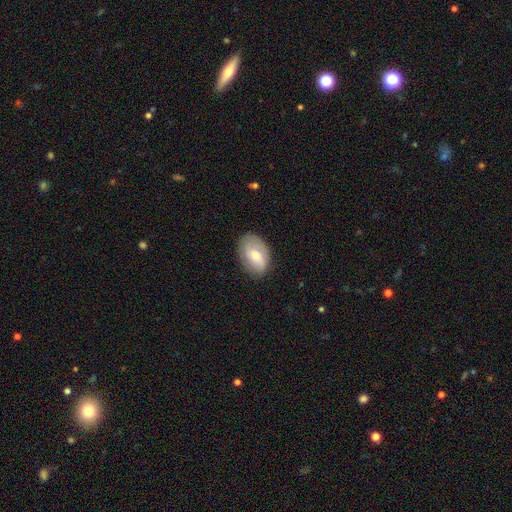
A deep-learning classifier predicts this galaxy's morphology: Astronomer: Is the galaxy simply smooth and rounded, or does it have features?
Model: smooth — 56% (runner-up: featured or disk, 37%).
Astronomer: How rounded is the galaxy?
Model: in between — 86%.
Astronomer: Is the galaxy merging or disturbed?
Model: none — 78%.